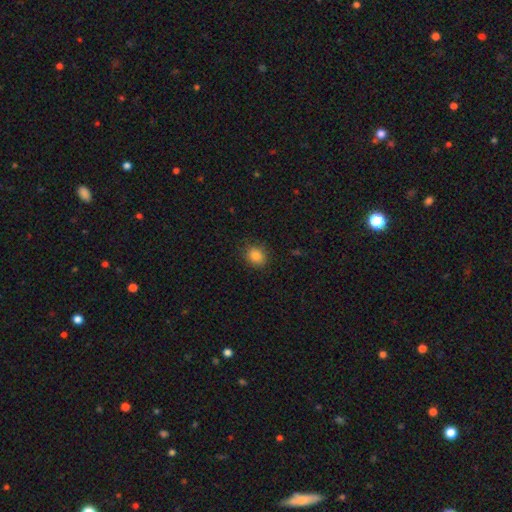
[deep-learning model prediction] A smooth galaxy with no disk features (84%) that is round (70%). Merging: none (87%).